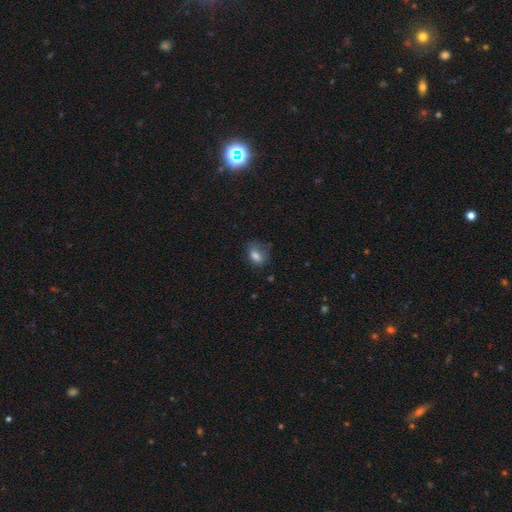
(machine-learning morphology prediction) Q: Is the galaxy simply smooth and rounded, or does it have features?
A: smooth — 77%.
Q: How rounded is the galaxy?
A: in between — 77%.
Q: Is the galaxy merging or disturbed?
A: none — 51%.